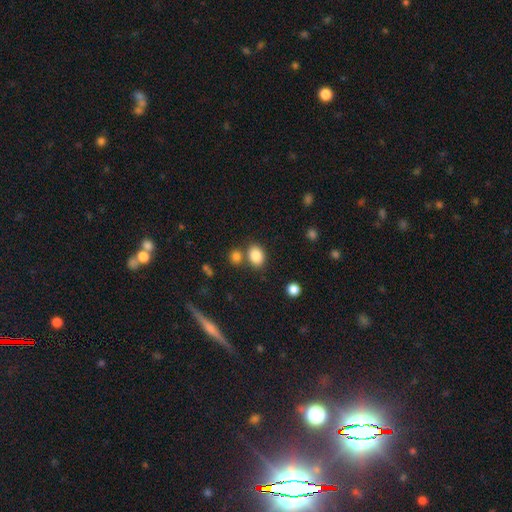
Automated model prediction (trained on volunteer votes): Smooth or featured: smooth — 85% (star or artifact — 9%)
How rounded: in between — 60% (round — 39%)
Merging: none — 67% (merger — 19%)